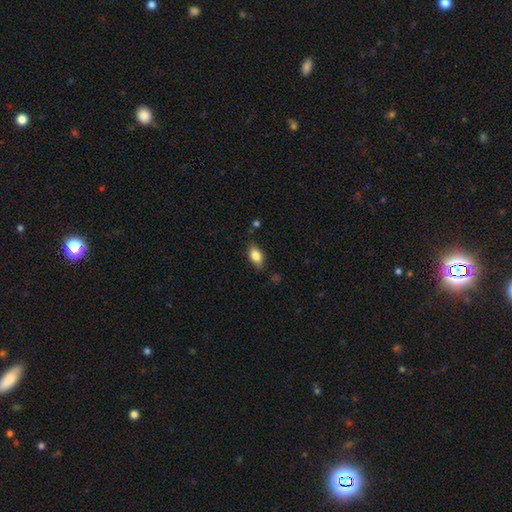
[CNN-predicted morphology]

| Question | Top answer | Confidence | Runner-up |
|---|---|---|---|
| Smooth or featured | smooth | 82% | featured or disk (10%) |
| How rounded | in between | 88% | round (7%) |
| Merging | none | 77% | minor disturbance (18%) |